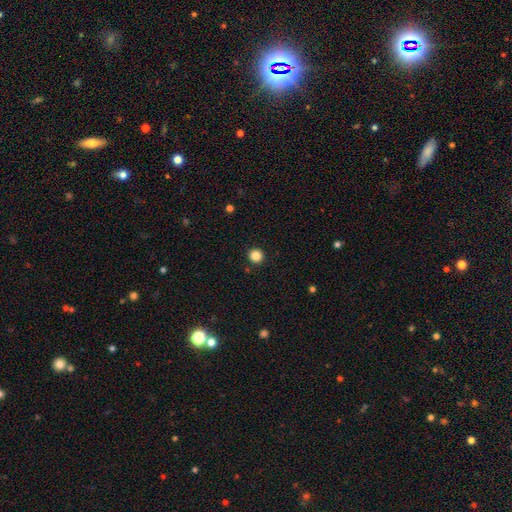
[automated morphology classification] This is clearly a smooth galaxy (85%). How rounded: clearly round (95%). Merging: clearly none (92%).